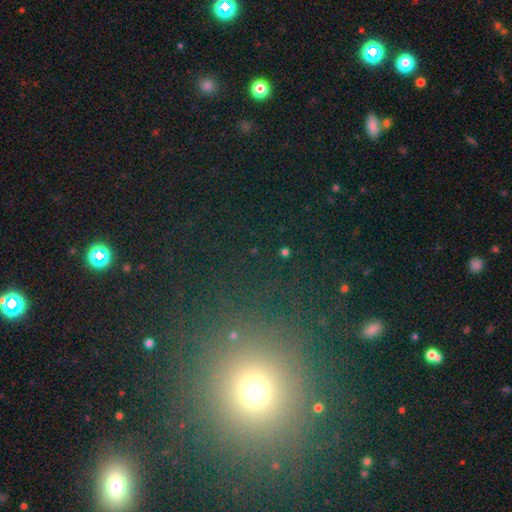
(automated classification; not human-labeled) Smooth or featured? smooth (47%)
Merging? none (86%)